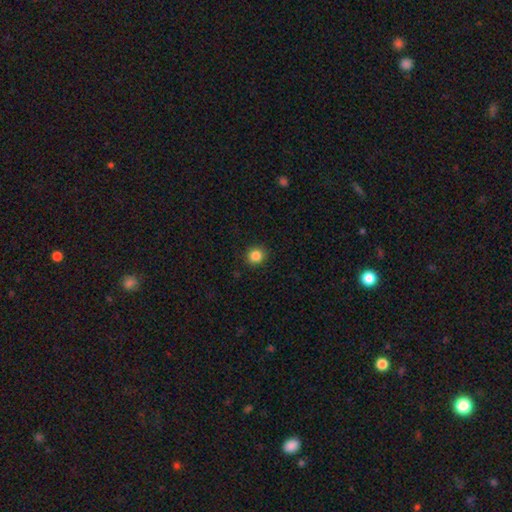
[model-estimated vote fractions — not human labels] A smooth galaxy with no disk features (85%) that is round (88%).

Vote fractions:
- Smooth or featured? smooth: 85% / star or artifact: 11% / featured or disk: 4%
- How rounded? round: 88% / in between: 11% / cigar-shaped: 1%
- Merging? none: 92% / minor disturbance: 5% / major disturbance: 2% / merger: 1%